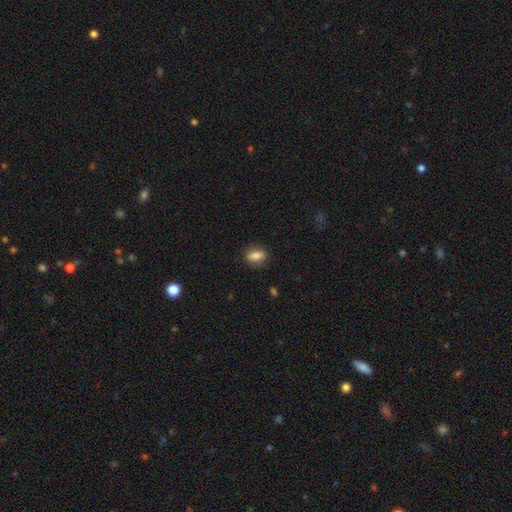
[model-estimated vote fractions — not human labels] Smooth or featured: smooth — 79% (featured or disk — 13%)
How rounded: in between — 74% (round — 19%)
Merging: none — 84% (minor disturbance — 11%)